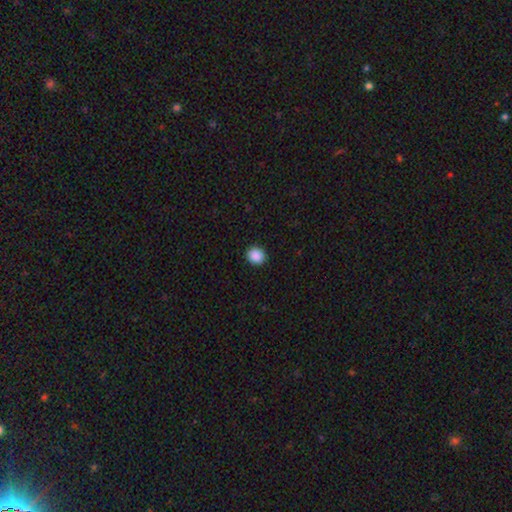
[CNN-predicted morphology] smooth_or_featured: smooth (p=0.90) [alt: star or artifact p=0.08]
how_rounded: round (p=0.80) [alt: in between p=0.19]
merging: none (p=0.91) [alt: minor disturbance p=0.06]